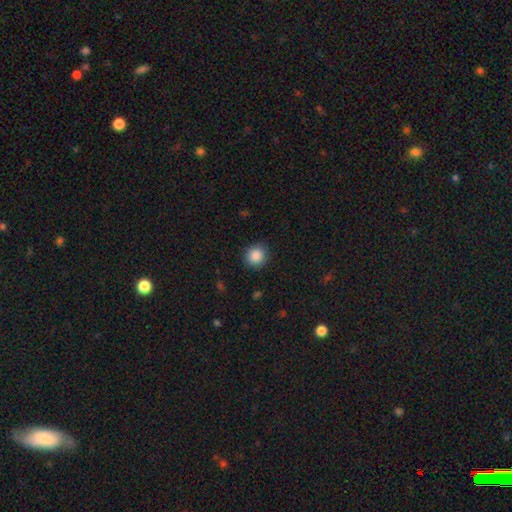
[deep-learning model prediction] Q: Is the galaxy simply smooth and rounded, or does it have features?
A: smooth — 88%.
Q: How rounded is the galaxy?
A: round — 89%.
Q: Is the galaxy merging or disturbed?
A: none — 88%.